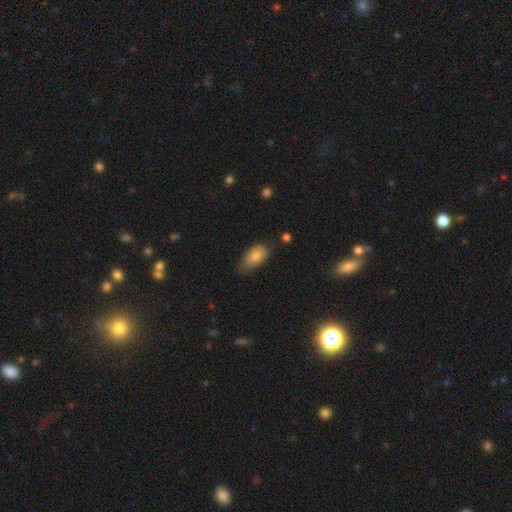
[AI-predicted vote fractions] This appears to be a smooth galaxy with no disk features (78%) that is in between round and cigar-shaped (92%). Merging: none (51%).